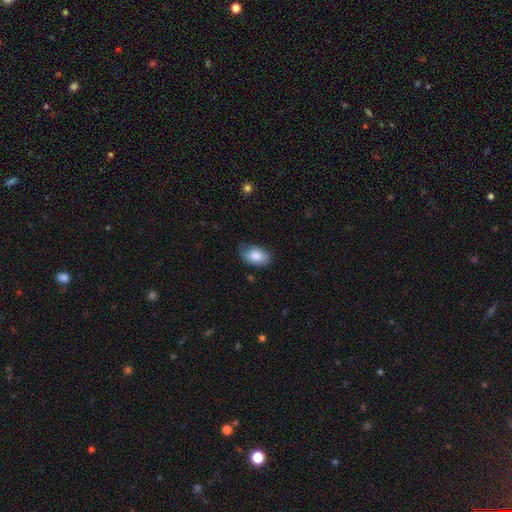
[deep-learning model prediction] Q: Smooth or featured?
A: smooth (84%); runner-up: featured or disk (9%)
Q: How rounded?
A: in between (91%); runner-up: round (8%)
Q: Merging?
A: none (69%); runner-up: minor disturbance (25%)